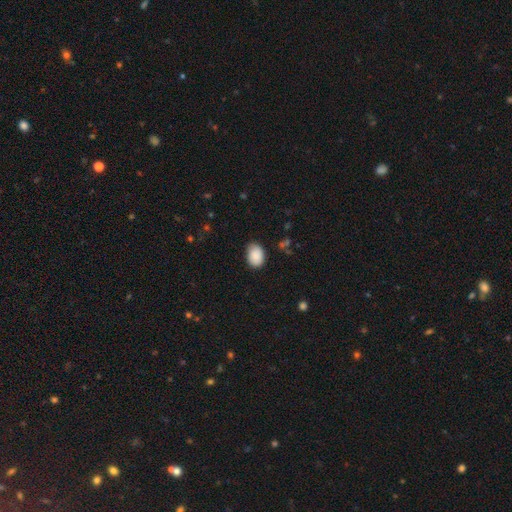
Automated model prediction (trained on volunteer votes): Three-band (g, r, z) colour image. It shows a smooth galaxy with no disk features (88%) that is in between round and cigar-shaped (76%). Merging: none (74%).